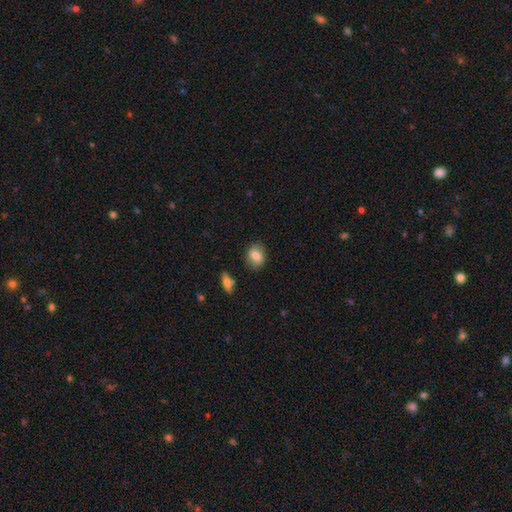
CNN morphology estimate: The model was most divided on "how rounded": in between: 56%, round: 42%, cigar-shaped: 2%. More confident: merging — none (83%); smooth or featured — smooth (79%).